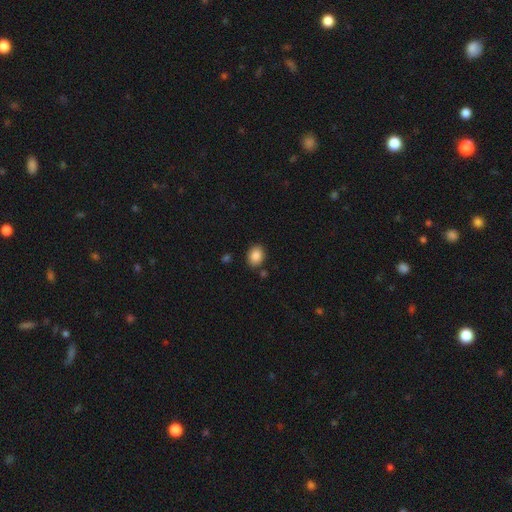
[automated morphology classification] Overall: smooth (87%). How rounded: in between (67%; round 32%). Merging: none (85%).